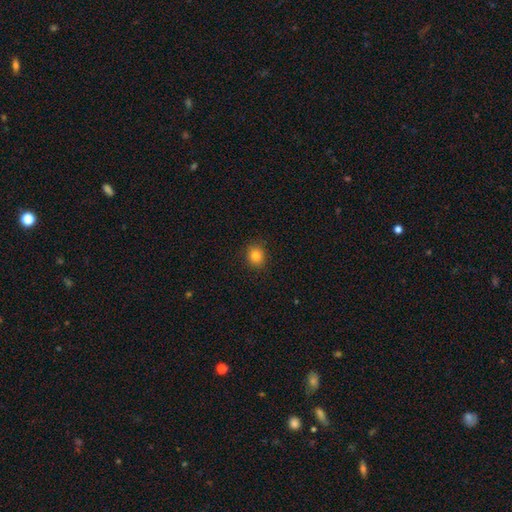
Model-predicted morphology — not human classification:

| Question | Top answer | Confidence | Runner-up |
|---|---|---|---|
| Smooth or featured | smooth | 82% | star or artifact (12%) |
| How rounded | round | 76% | in between (23%) |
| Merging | none | 90% | minor disturbance (7%) |